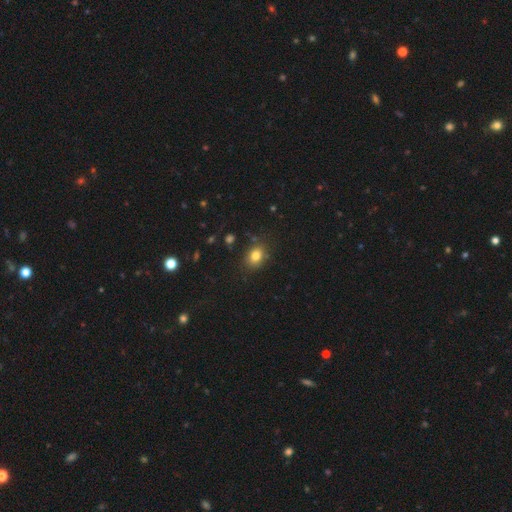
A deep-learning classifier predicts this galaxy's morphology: smooth_or_featured: smooth (p=0.81) [alt: star or artifact p=0.12]
how_rounded: in between (p=0.55) [alt: round p=0.44]
merging: none (p=0.81) [alt: minor disturbance p=0.13]